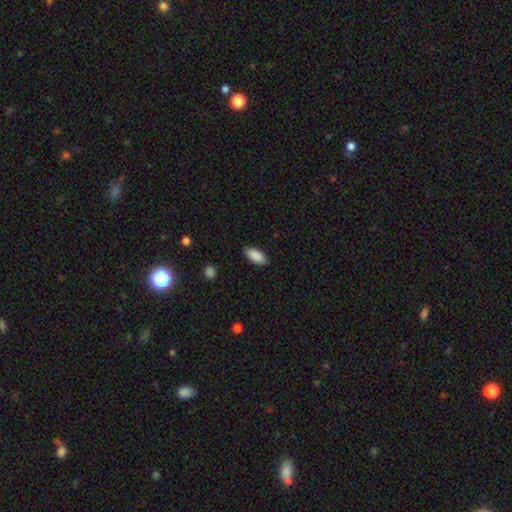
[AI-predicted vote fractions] smooth 90%, star or artifact 6%, featured or disk 4%. Down the decision tree: how rounded — in between (90%); merging — none (88%).